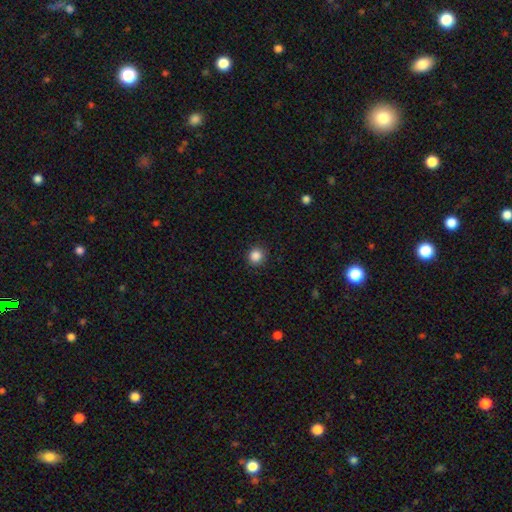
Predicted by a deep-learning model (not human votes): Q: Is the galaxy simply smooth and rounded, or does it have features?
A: smooth — 87%.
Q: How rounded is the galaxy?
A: round — 90%.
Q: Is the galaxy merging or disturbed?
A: none — 91%.